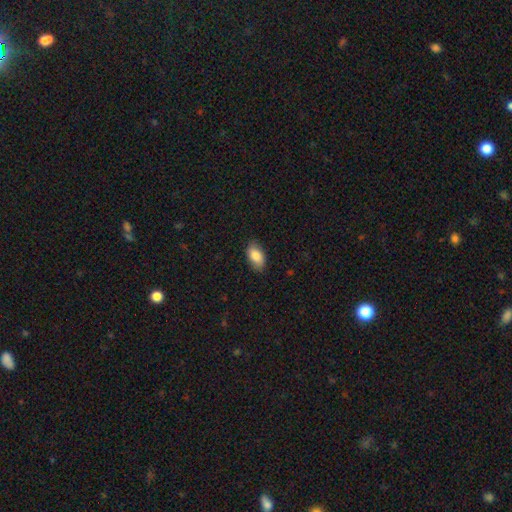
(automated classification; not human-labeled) Smooth or featured?
  - smooth: 84% *
  - featured or disk: 9%
  - star or artifact: 7%
How rounded?
  - in between: 93% *
  - round: 5%
  - cigar-shaped: 2%
Merging?
  - none: 85% *
  - minor disturbance: 12%
  - major disturbance: 3%
  - merger: 1%